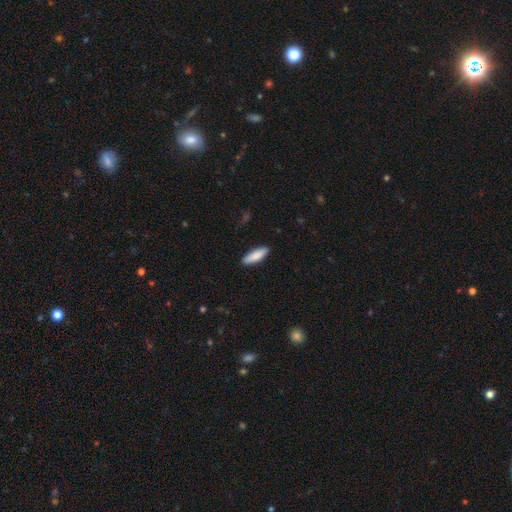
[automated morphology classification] A smooth galaxy with no disk features (87%) that is in between round and cigar-shaped (53%). Merging: none (90%).